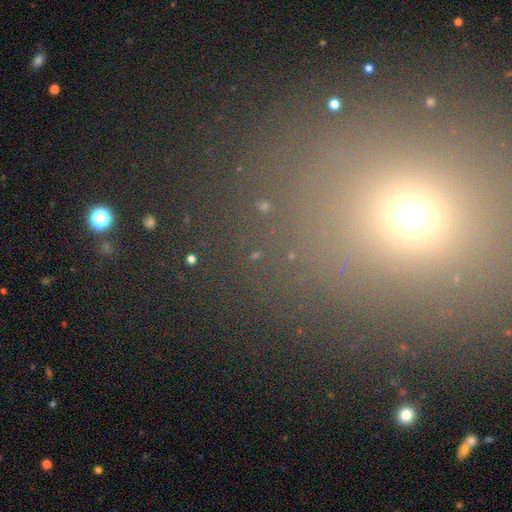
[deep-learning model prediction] smooth-or-featured: star or artifact: 57% | smooth: 32% | featured or disk: 11%